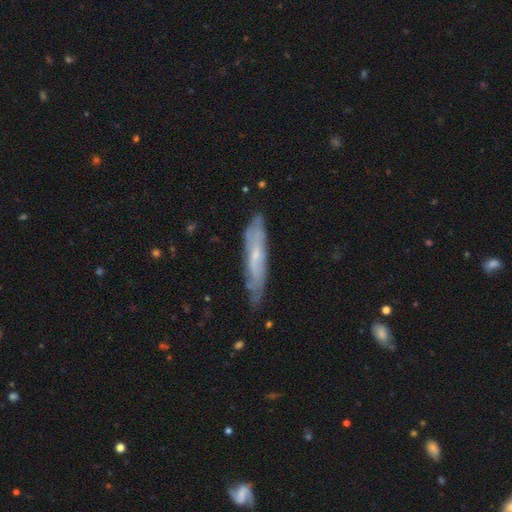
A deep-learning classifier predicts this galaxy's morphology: A featured or disk galaxy (60%). Merging: none (71%).